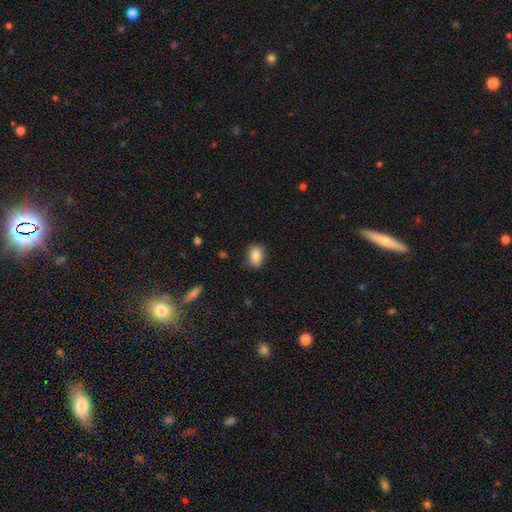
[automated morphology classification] The model was most divided on "how rounded": in between: 75%, round: 24%, cigar-shaped: 1%. More confident: smooth or featured — smooth (86%); merging — none (78%).